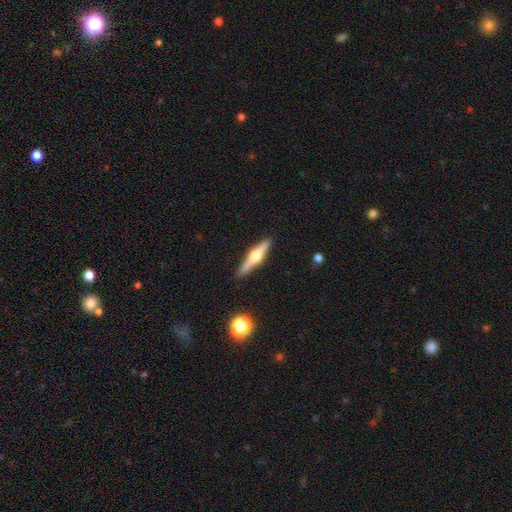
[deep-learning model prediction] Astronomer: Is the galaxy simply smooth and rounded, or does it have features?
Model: featured or disk — 70%.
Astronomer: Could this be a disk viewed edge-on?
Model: yes — 97%.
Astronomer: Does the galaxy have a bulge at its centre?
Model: rounded — 93%.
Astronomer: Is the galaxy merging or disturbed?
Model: none — 89%.